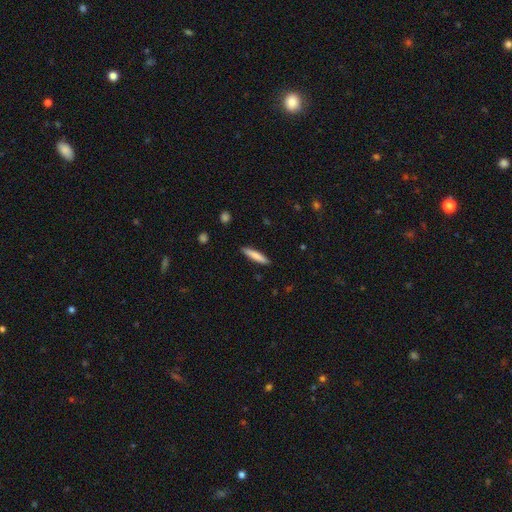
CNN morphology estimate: type=smooth (80%); roundness=cigar-shaped (87%); merging=none (89%).